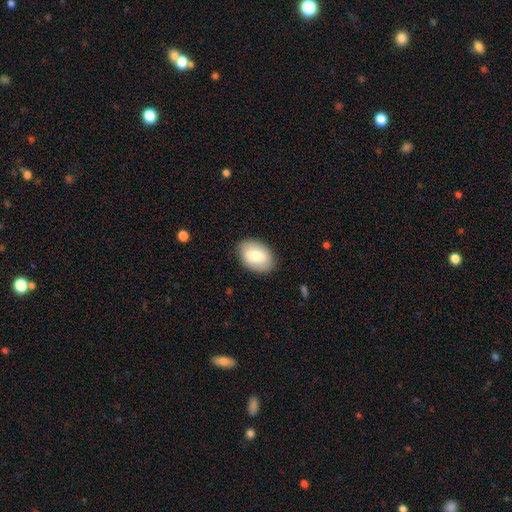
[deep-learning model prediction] Smooth or featured? smooth (75%)
How rounded? in between (83%)
Merging? none (86%)